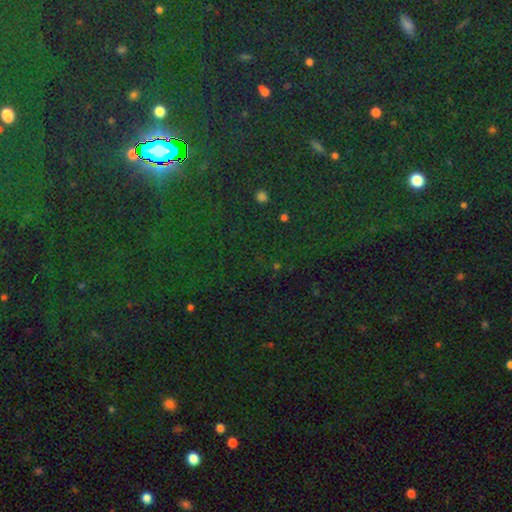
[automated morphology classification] star or artifact 82%, smooth 11%, featured or disk 7%.